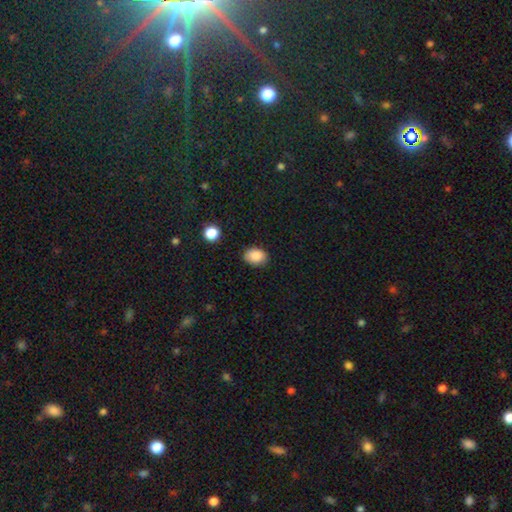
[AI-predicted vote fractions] Overall: smooth (87%). How rounded: in between (71%). Merging: none (83%).